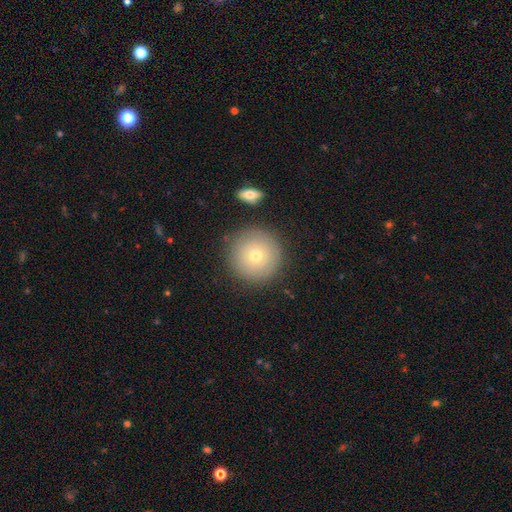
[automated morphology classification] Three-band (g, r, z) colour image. It shows a smooth galaxy with no disk features (68%) that is round (96%). Merging: none (86%).